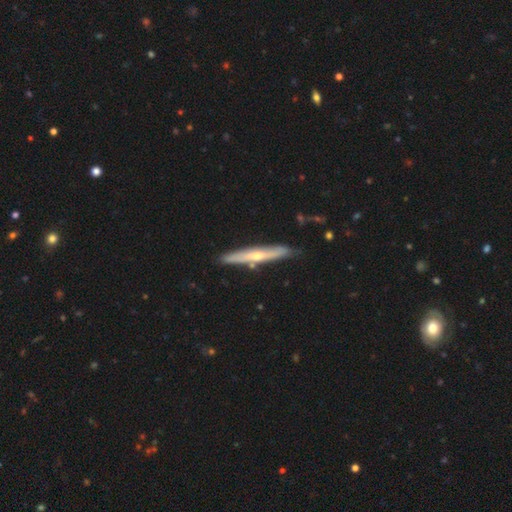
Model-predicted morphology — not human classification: smooth_or_featured: featured or disk (p=0.64) [alt: smooth p=0.30]
disk_edge_on: yes (p=0.91) [alt: no p=0.09]
edge_on_bulge: rounded (p=0.76) [alt: none p=0.21]
merging: none (p=0.84) [alt: minor disturbance p=0.11]